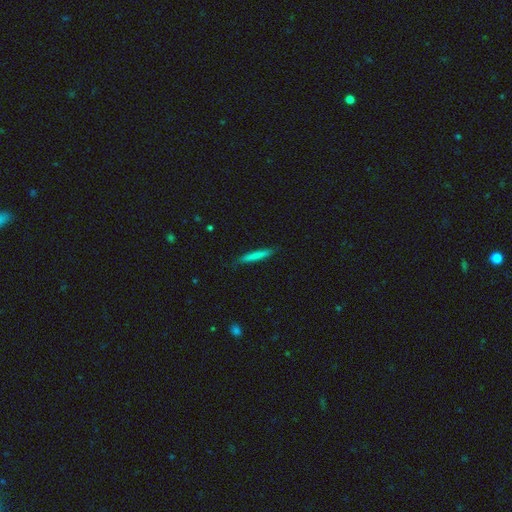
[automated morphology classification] smooth_or_featured: smooth (p=0.78) [alt: featured or disk p=0.16]
how_rounded: cigar-shaped (p=0.94) [alt: in between p=0.04]
merging: none (p=0.87) [alt: minor disturbance p=0.10]